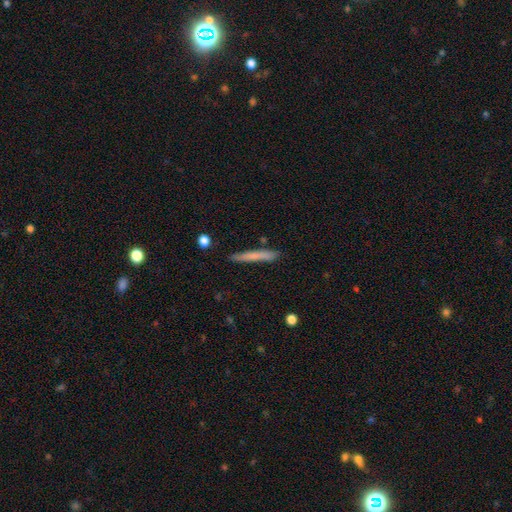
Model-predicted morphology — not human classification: Smooth or featured? Predicted: smooth (p=0.69). How rounded? Predicted: cigar-shaped (p=0.96). Merging? Predicted: none (p=0.86).